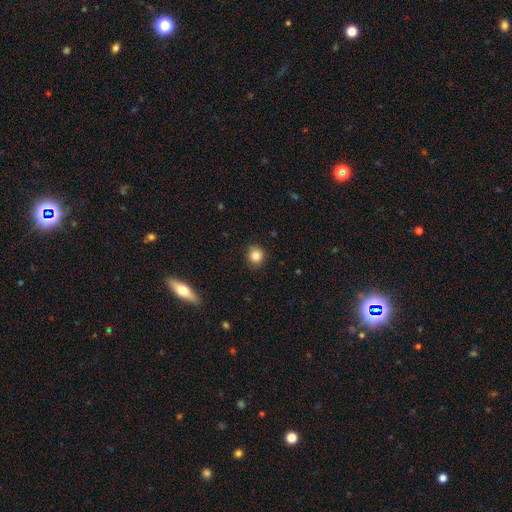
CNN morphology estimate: A smooth galaxy with no disk features (85%) that is round (89%).

Vote fractions:
- Smooth or featured? smooth: 85% / star or artifact: 10% / featured or disk: 5%
- How rounded? round: 89% / in between: 10% / cigar-shaped: 1%
- Merging? none: 88% / minor disturbance: 8% / major disturbance: 2% / merger: 1%